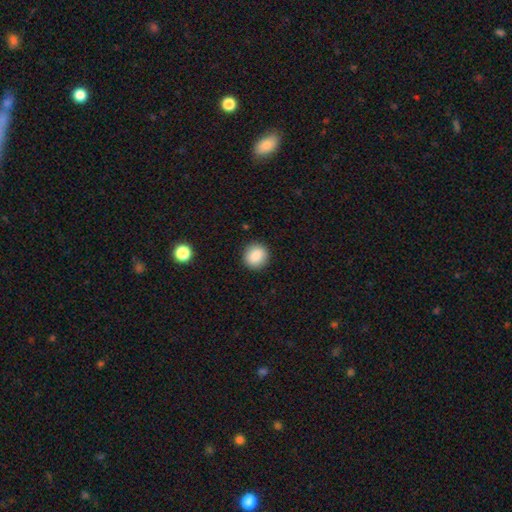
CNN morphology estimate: Smooth or featured? Predicted: smooth (p=0.86). How rounded? Predicted: round (p=0.89). Merging? Predicted: none (p=0.90).